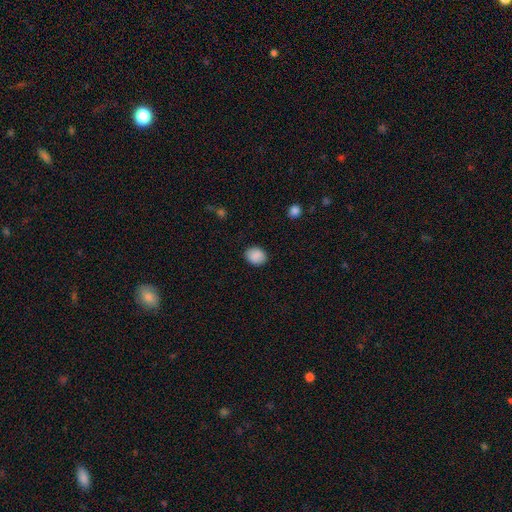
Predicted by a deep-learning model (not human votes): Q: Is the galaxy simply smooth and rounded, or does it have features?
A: smooth — 89%.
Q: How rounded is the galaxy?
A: round — 54%.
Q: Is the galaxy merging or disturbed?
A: none — 87%.